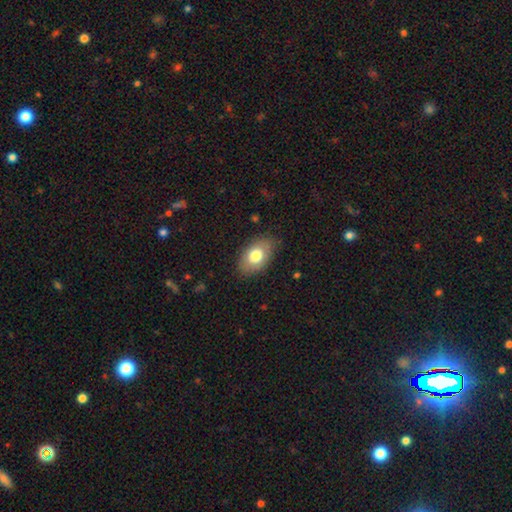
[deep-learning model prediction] Q: Smooth or featured?
A: smooth (76%); runner-up: featured or disk (17%)
Q: How rounded?
A: in between (89%); runner-up: round (9%)
Q: Merging?
A: none (82%); runner-up: minor disturbance (14%)